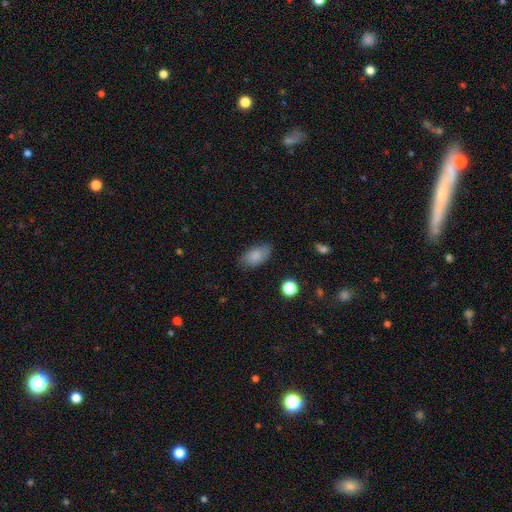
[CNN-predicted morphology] This appears to be a smooth galaxy with no disk features (85%) that is in between round and cigar-shaped (93%). Merging: none (81%).